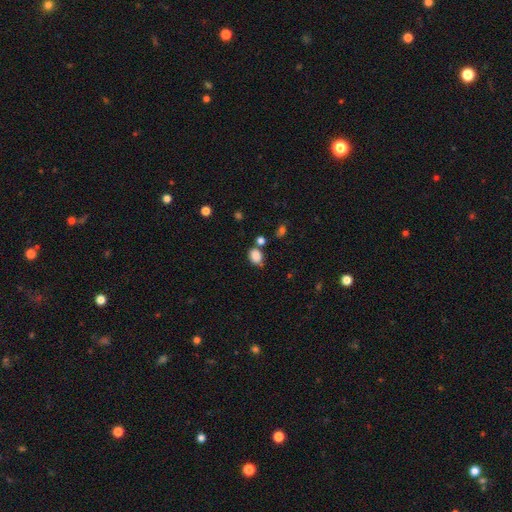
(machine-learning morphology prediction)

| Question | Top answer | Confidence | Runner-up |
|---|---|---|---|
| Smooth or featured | smooth | 85% | star or artifact (10%) |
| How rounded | in between | 61% | round (38%) |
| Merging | none | 60% | minor disturbance (22%) |